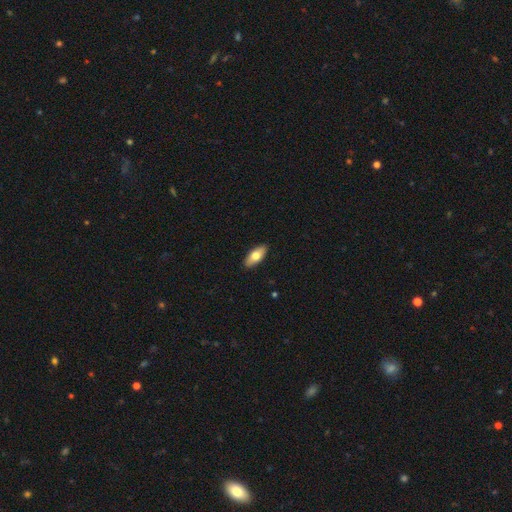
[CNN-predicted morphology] smooth 71%, featured or disk 23%, star or artifact 6%. Down the decision tree: how rounded — in between (83%); merging — none (90%).